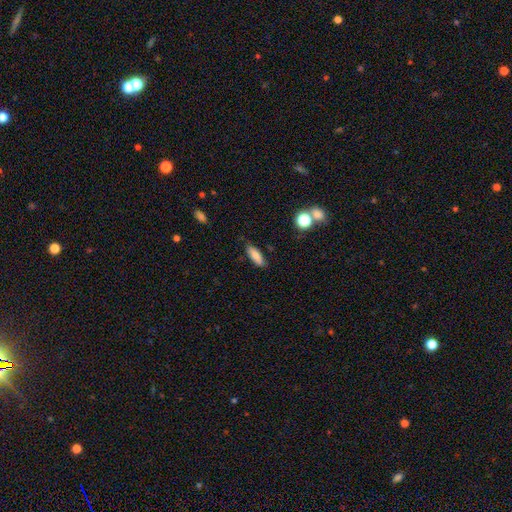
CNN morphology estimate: Smooth or featured?
  - smooth: 79% *
  - featured or disk: 13%
  - star or artifact: 8%
How rounded?
  - in between: 57% *
  - cigar-shaped: 40%
  - round: 3%
Merging?
  - none: 82% *
  - minor disturbance: 13%
  - major disturbance: 3%
  - merger: 2%